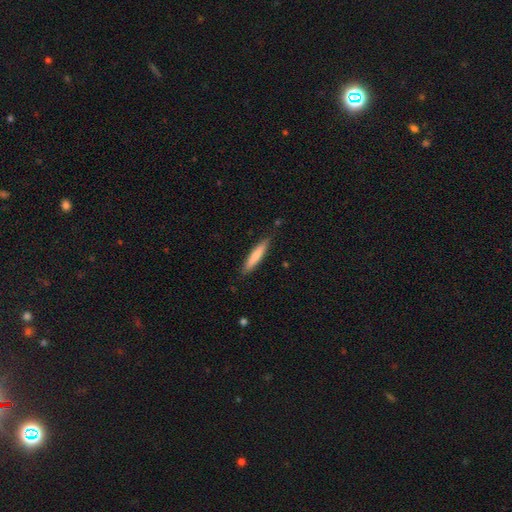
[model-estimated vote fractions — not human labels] The model was most divided on "smooth or featured": smooth: 74%, featured or disk: 20%, star or artifact: 5%. More confident: how rounded — cigar-shaped (89%); merging — none (85%).